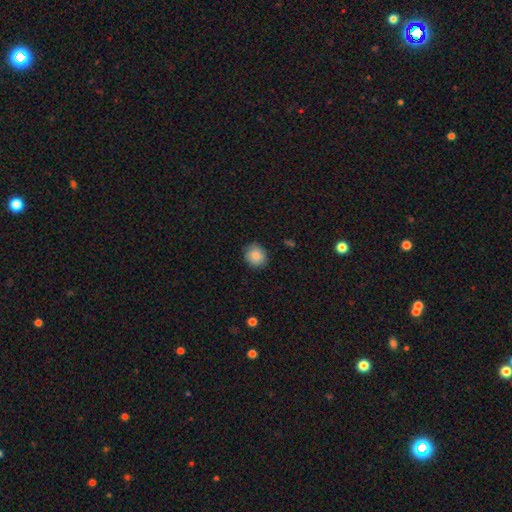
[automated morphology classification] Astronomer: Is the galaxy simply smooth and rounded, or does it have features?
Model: smooth — 85%.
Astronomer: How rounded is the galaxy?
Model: round — 84%.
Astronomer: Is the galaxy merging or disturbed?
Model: none — 84%.